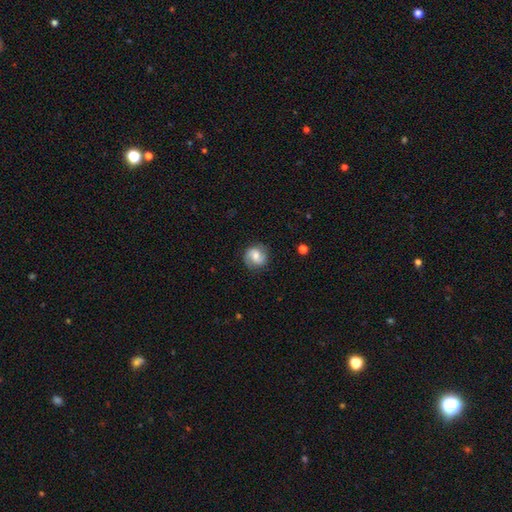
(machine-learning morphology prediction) Smooth or featured?
  - featured or disk: 58% *
  - smooth: 35%
  - star or artifact: 8%
Edge-on disk?
  - no: 98% *
  - yes: 2%
Bar?
  - no: 48% *
  - weak: 41%
  - strong: 11%
Spiral arms?
  - yes: 90% *
  - no: 10%
Spiral winding?
  - medium: 45% *
  - tight: 31%
  - loose: 24%
Spiral arm count?
  - 2: 85% *
  - can't tell: 7%
  - 1: 5%
  - 3: 1%
  - 4: 1%
  - more than 4: 1%
Bulge size?
  - moderate: 56% *
  - small: 29%
  - large: 9%
  - none: 4%
  - dominant: 2%
Merging?
  - none: 80% *
  - minor disturbance: 14%
  - major disturbance: 5%
  - merger: 1%